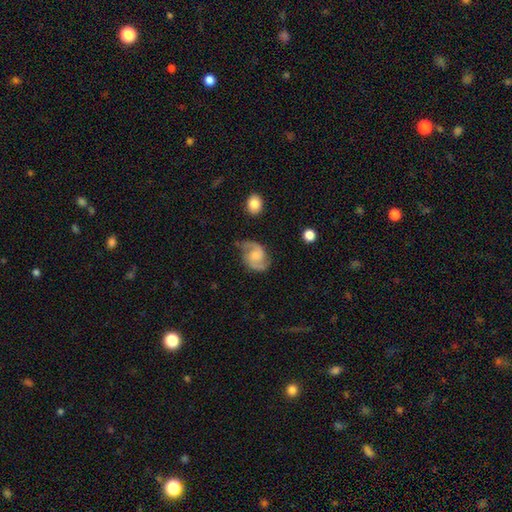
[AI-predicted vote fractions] smooth_or_featured: featured or disk (p=0.86) [alt: smooth p=0.08]
disk_edge_on: no (p=0.98) [alt: yes p=0.02]
bar: no (p=0.56) [alt: weak p=0.37]
has_spiral_arms: yes (p=0.97) [alt: no p=0.03]
spiral_winding: medium (p=0.57) [alt: loose p=0.24]
spiral_arm_count: 2 (p=0.93) [alt: can't tell p=0.02]
bulge_size: small (p=0.39) [alt: moderate p=0.35]
merging: none (p=0.77) [alt: minor disturbance p=0.16]